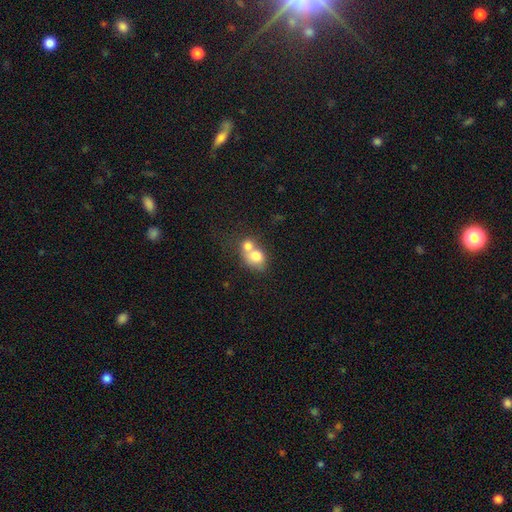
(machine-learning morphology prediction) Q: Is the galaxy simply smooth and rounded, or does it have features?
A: smooth — 75%.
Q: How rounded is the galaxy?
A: round — 61%.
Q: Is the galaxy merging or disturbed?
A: merger — 65%.